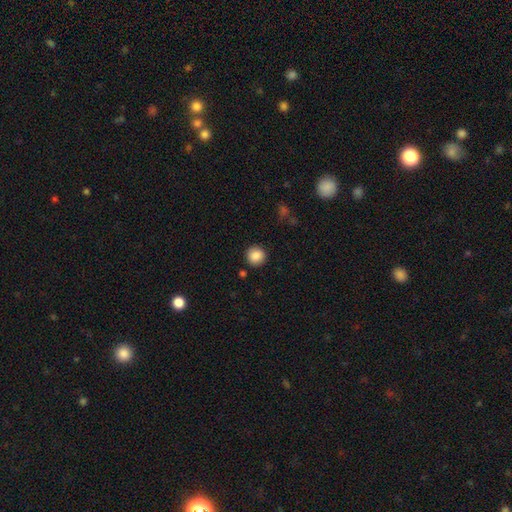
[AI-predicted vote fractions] smooth-or-featured: smooth: 88% | star or artifact: 9% | featured or disk: 3%
  how-rounded: round: 94% | in between: 5% | cigar-shaped: 1%
  merging: none: 91% | minor disturbance: 6% | major disturbance: 2% | merger: 1%